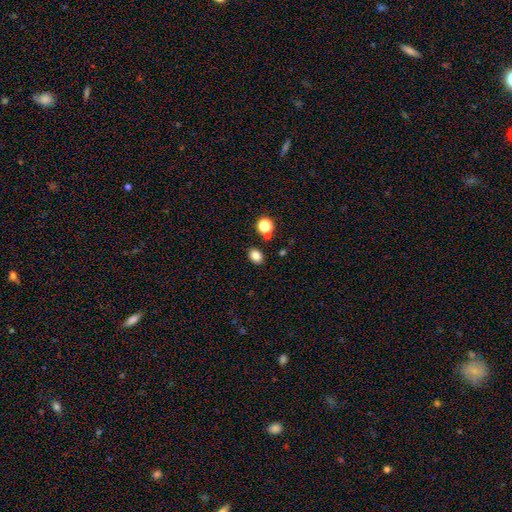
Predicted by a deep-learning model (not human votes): smooth-or-featured: smooth: 83% | star or artifact: 12% | featured or disk: 5%
  how-rounded: in between: 61% | round: 38% | cigar-shaped: 1%
  merging: none: 84% | minor disturbance: 8% | merger: 6% | major disturbance: 3%